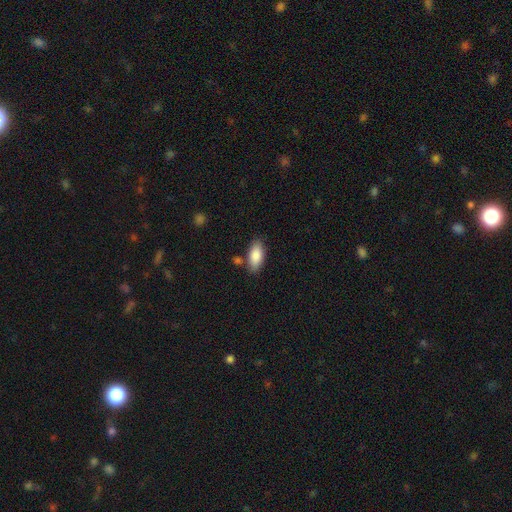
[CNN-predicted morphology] smooth-or-featured: smooth: 86% | featured or disk: 7% | star or artifact: 6%
  how-rounded: in between: 90% | cigar-shaped: 7% | round: 3%
  merging: none: 78% | minor disturbance: 13% | merger: 7% | major disturbance: 3%